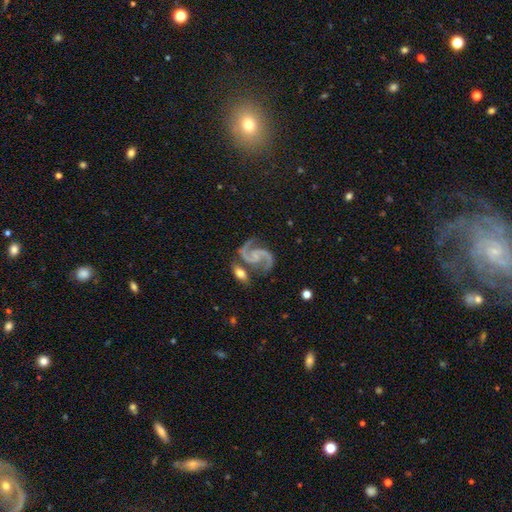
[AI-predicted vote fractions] featured or disk 92%, star or artifact 5%, smooth 3%. Down the decision tree: edge-on disk — no (98%); bar — no (54%); spiral arms — yes (98%); spiral arm count — 2 (94%); spiral winding — medium (60%); bulge size — small (54%); merging — none (64%).